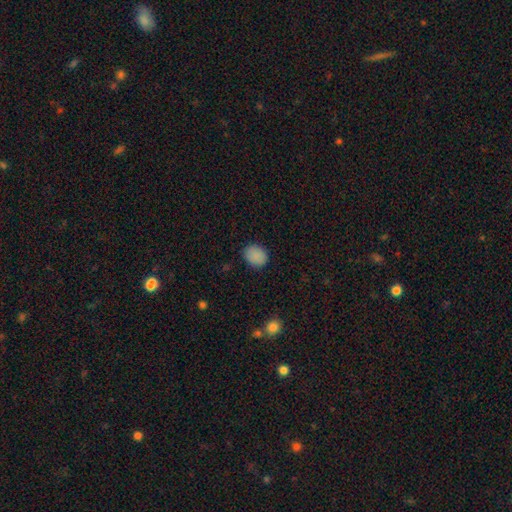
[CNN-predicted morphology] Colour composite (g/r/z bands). It shows a smooth galaxy with no disk features (88%) that is round (57%). Merging: none (88%).